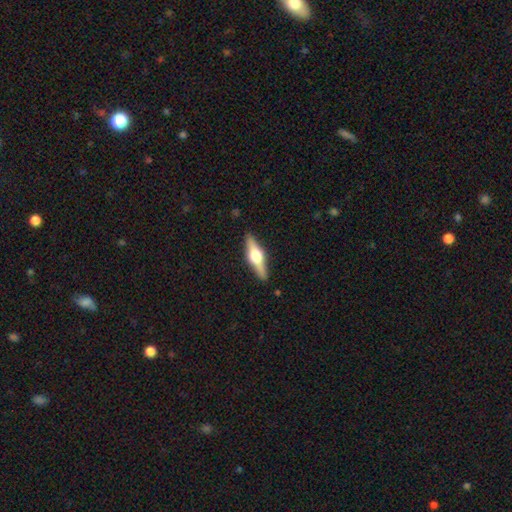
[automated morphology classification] featured or disk 70%, smooth 24%, star or artifact 5%. Down the decision tree: edge-on disk — yes (97%); edge-on bulge — rounded (96%); merging — none (90%).